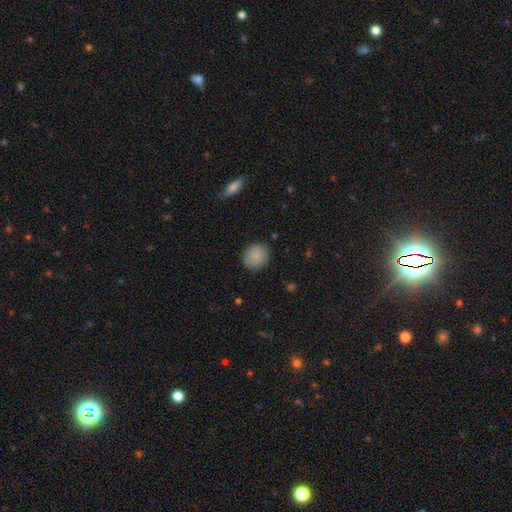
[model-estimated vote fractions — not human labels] This is clearly a smooth galaxy (88%). How rounded: likely round (78%). Merging: clearly none (87%).